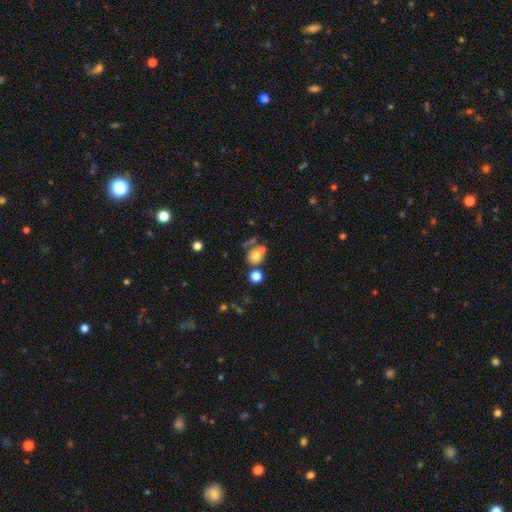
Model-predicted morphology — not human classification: smooth 70%, featured or disk 17%, star or artifact 13%. Down the decision tree: how rounded — round (83%); merging — none (50%).